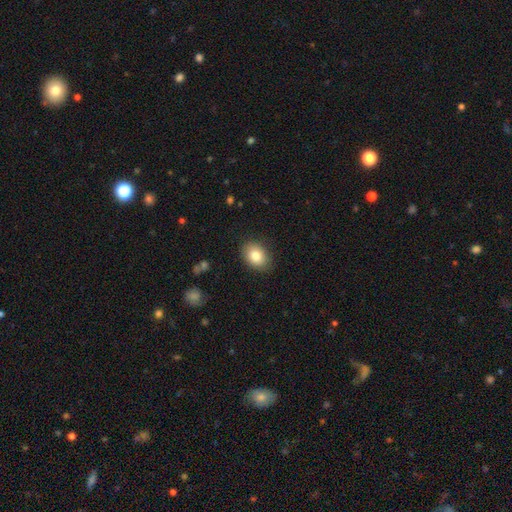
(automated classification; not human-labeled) Morphology: type=smooth (84%); roundness=in between (70%); merging=none (86%).